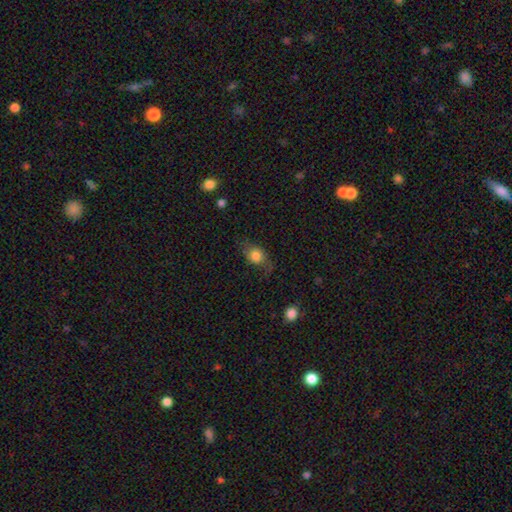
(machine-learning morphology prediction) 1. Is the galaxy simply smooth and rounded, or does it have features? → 69% smooth, 22% featured or disk, 9% star or artifact.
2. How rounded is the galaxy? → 58% in between, 38% round, 5% cigar-shaped.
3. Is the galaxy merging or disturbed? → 61% none, 25% minor disturbance, 12% major disturbance, 2% merger.